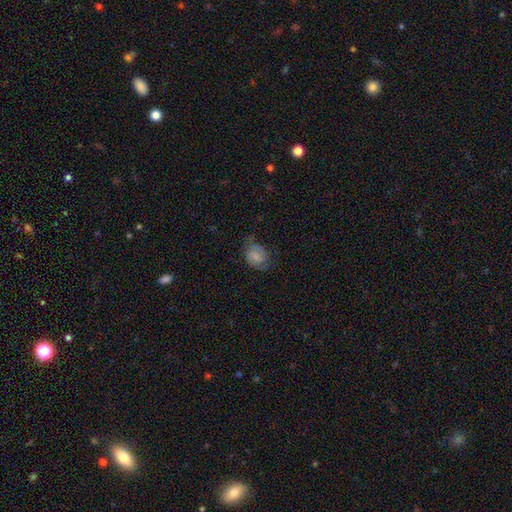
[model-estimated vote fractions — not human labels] A smooth galaxy with no disk features (46%).

Vote fractions:
- Smooth or featured? smooth: 46% / featured or disk: 45% / star or artifact: 9%
- Merging? none: 55% / minor disturbance: 29% / major disturbance: 15% / merger: 2%